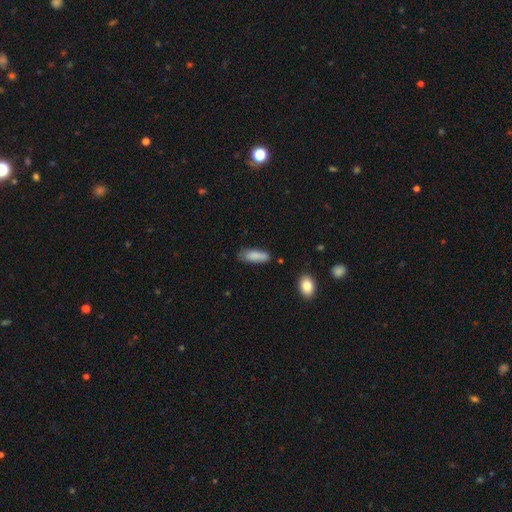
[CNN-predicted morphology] A smooth galaxy with no disk features (85%) that is in between round and cigar-shaped (62%). Merging: none (67%).